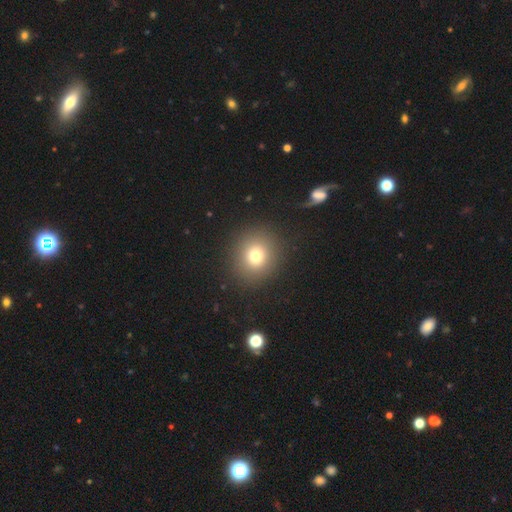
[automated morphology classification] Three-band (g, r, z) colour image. It shows a smooth galaxy with no disk features (75%) that is round (87%). Merging: none (90%).